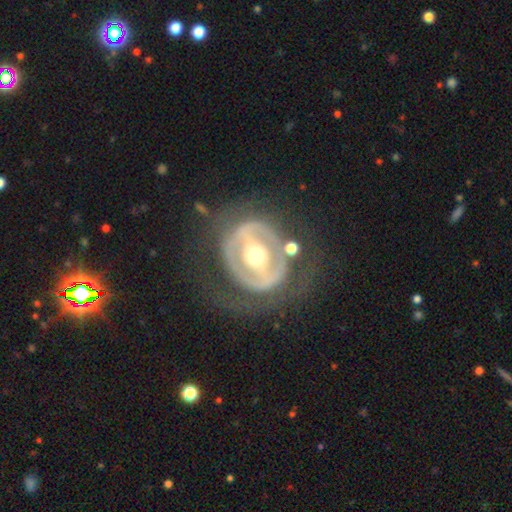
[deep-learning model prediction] The model was most divided on "spiral arms": no: 62%, yes: 38%. More confident: edge-on disk — no (94%); smooth or featured — featured or disk (78%); bulge size — moderate (69%); merging — none (63%); bar — strong (53%).